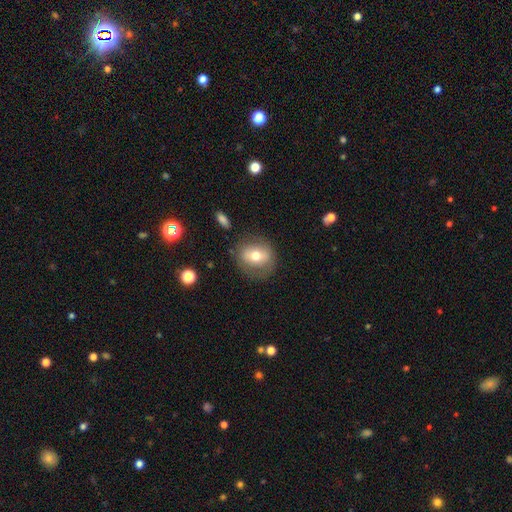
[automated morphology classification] This is possibly a smooth galaxy (60%). How rounded: likely round (64%). Merging: likely none (75%).